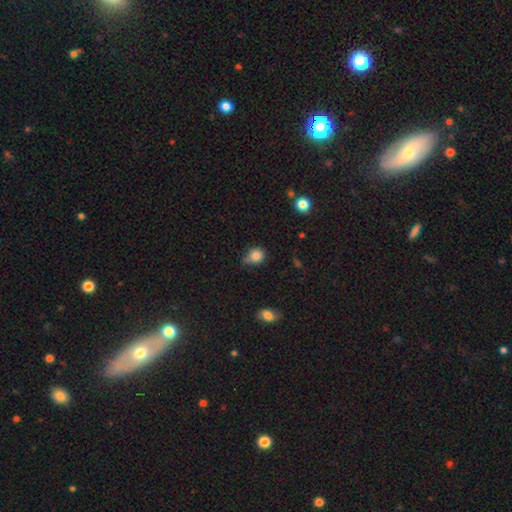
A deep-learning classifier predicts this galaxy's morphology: smooth 84%, star or artifact 11%, featured or disk 6%. Down the decision tree: how rounded — round (72%); merging — none (47%).